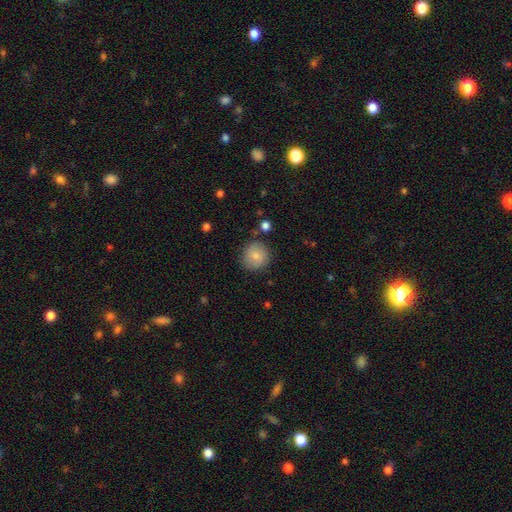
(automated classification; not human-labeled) smooth 81%, featured or disk 11%, star or artifact 8%. Down the decision tree: how rounded — round (92%); merging — none (85%).